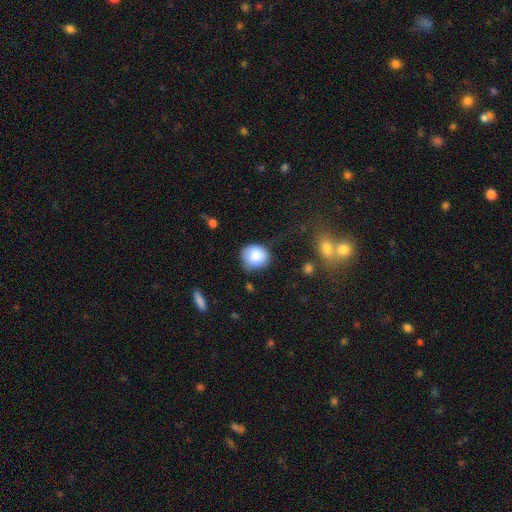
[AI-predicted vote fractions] Smooth or featured: smooth — 84% (star or artifact — 8%)
How rounded: round — 78% (in between — 21%)
Merging: none — 66% (minor disturbance — 25%)